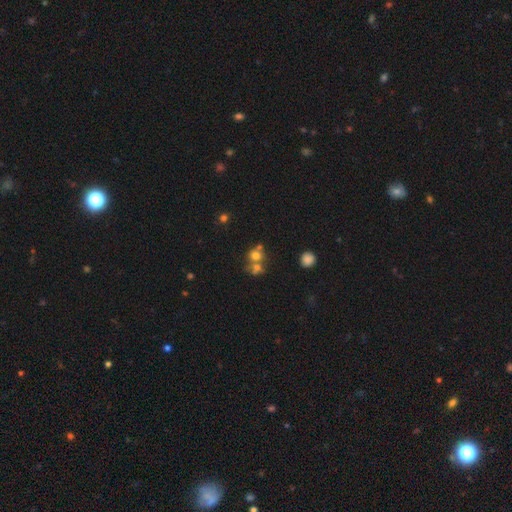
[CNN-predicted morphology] A smooth galaxy with no disk features (63%) that is round (78%). Merging: merger (47%).